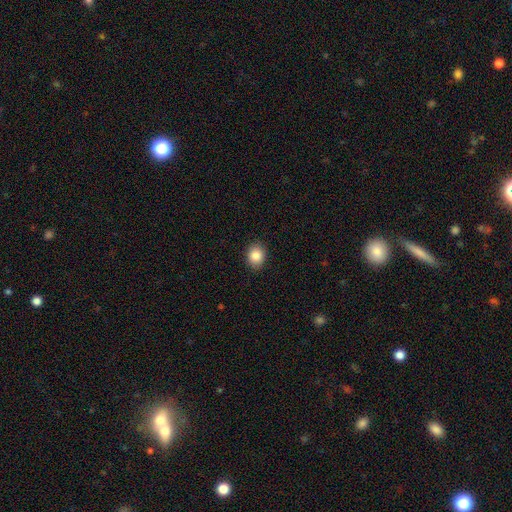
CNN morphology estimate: A smooth galaxy with no disk features (87%) that is in between round and cigar-shaped (50%). Merging: none (89%).